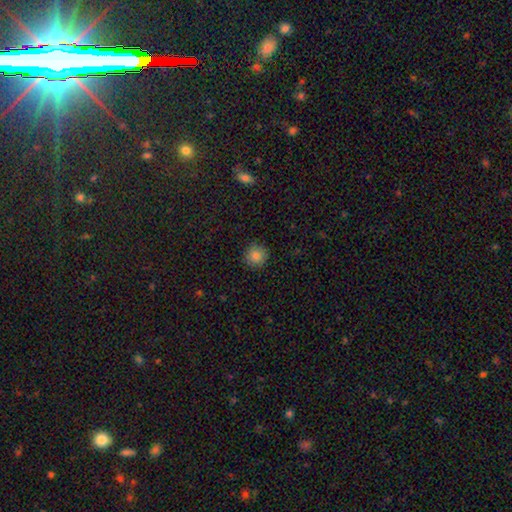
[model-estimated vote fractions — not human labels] This is clearly a smooth galaxy (85%). How rounded: clearly round (93%). Merging: clearly none (90%).